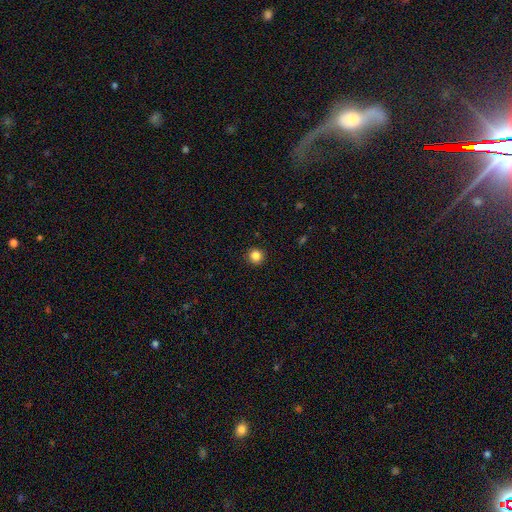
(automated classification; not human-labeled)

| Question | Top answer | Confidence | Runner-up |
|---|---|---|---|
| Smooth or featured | smooth | 84% | star or artifact (12%) |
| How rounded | round | 95% | in between (4%) |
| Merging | none | 93% | minor disturbance (4%) |